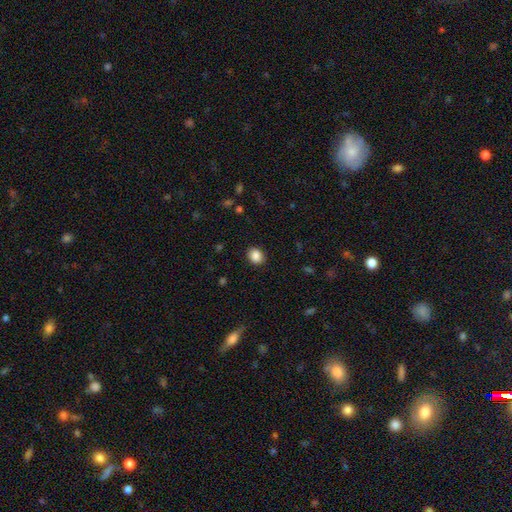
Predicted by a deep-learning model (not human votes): Overall: smooth (88%). How rounded: round (51%; in between 48%). Merging: none (89%).